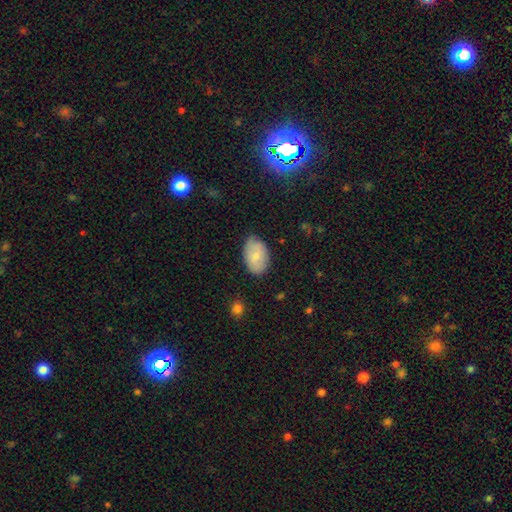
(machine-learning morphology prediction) A smooth galaxy with no disk features (75%) that is in between round and cigar-shaped (91%).

Vote fractions:
- Smooth or featured? smooth: 75% / featured or disk: 18% / star or artifact: 7%
- How rounded? in between: 91% / round: 8% / cigar-shaped: 1%
- Merging? none: 76% / minor disturbance: 19% / major disturbance: 4% / merger: 1%